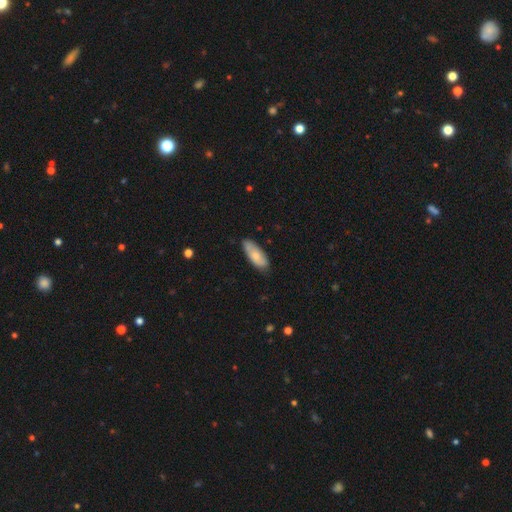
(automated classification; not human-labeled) Smooth or featured? smooth (75%)
How rounded? in between (79%)
Merging? none (77%)